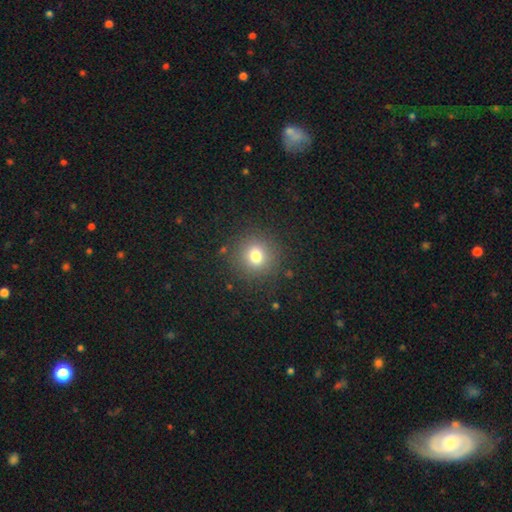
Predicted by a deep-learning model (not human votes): This is likely a smooth galaxy (77%). How rounded: clearly round (89%). Merging: clearly none (87%).